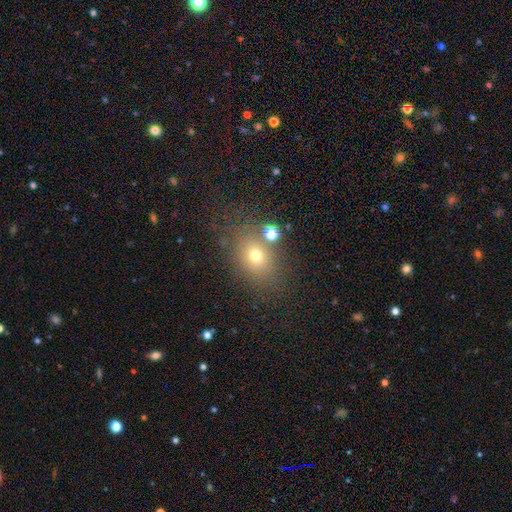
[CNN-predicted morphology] smooth_or_featured: smooth (p=0.67) [alt: star or artifact p=0.18]
how_rounded: in between (p=0.51) [alt: round p=0.47]
merging: none (p=0.72) [alt: minor disturbance p=0.13]